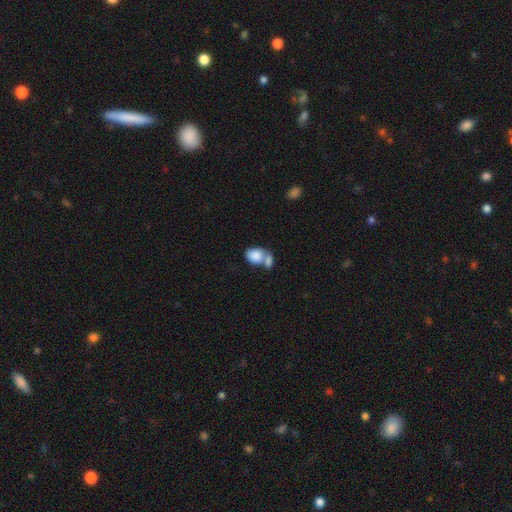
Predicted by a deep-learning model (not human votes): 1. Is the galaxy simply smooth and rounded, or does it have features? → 81% smooth, 12% featured or disk, 7% star or artifact.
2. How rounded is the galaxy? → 74% in between, 24% round, 1% cigar-shaped.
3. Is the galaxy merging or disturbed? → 63% merger, 23% none, 9% minor disturbance, 5% major disturbance.